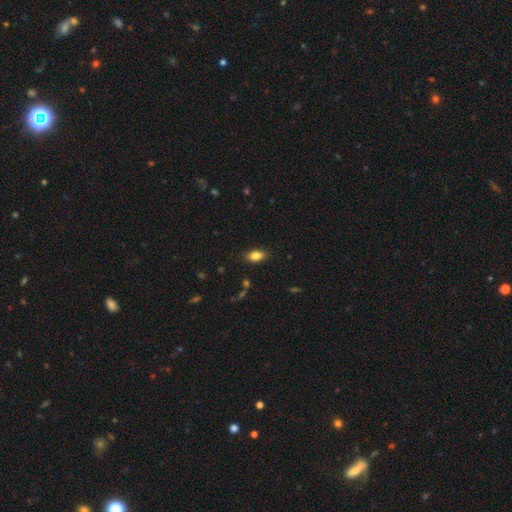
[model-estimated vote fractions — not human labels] A smooth galaxy with no disk features (83%) that is in between round and cigar-shaped (88%).

Vote fractions:
- Smooth or featured? smooth: 83% / star or artifact: 9% / featured or disk: 8%
- How rounded? in between: 88% / round: 8% / cigar-shaped: 3%
- Merging? none: 86% / minor disturbance: 11% / major disturbance: 2% / merger: 1%